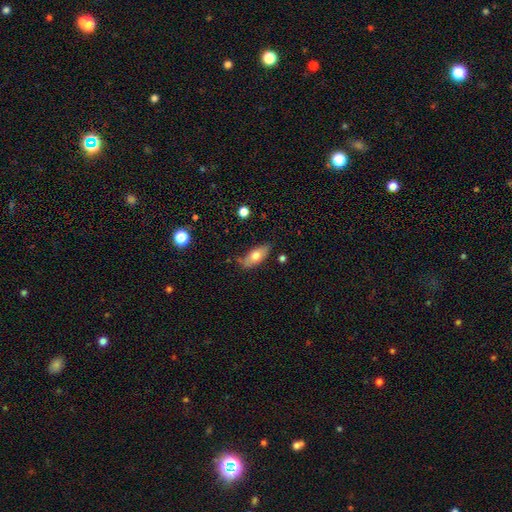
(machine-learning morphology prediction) Overall: smooth (69%). How rounded: in between (83%). Merging: none (66%).